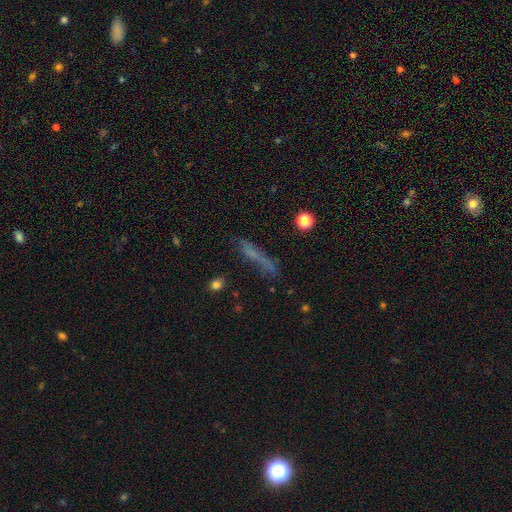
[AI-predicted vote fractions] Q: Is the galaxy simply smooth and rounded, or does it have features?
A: smooth — 49%.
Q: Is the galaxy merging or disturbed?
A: none — 60%.